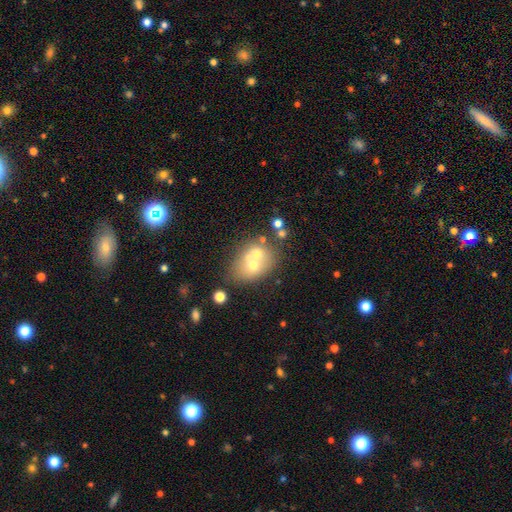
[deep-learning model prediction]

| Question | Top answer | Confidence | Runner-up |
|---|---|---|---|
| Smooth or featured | smooth | 54% | featured or disk (32%) |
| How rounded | in between | 53% | round (46%) |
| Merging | merger | 52% | none (34%) |